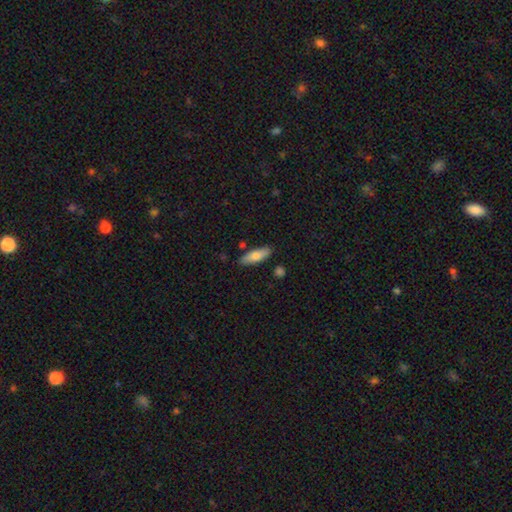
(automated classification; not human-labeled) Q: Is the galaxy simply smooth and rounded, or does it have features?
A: smooth — 74%.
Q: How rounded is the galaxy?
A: in between — 57%.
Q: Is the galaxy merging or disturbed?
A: none — 85%.